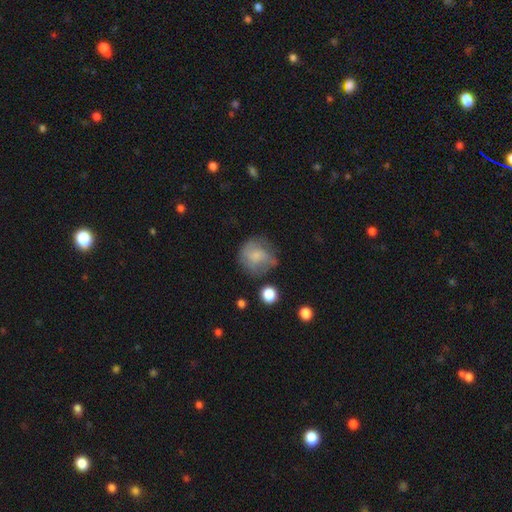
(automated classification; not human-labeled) A smooth galaxy with no disk features (64%) that is round (83%).

Vote fractions:
- Smooth or featured? smooth: 64% / featured or disk: 26% / star or artifact: 10%
- How rounded? round: 83% / in between: 16% / cigar-shaped: 1%
- Merging? none: 52% / minor disturbance: 27% / major disturbance: 17% / merger: 4%